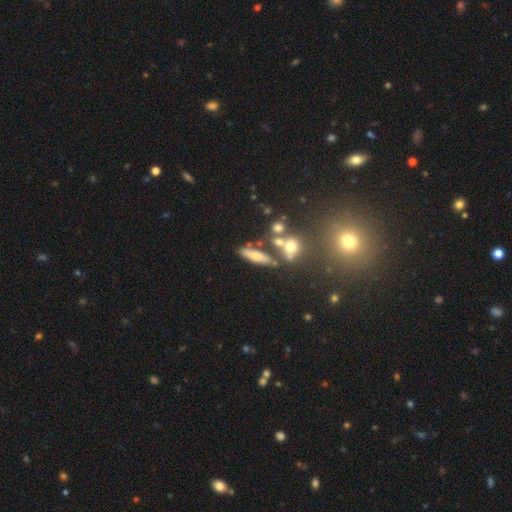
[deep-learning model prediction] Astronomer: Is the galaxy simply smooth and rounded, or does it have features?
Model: smooth — 58%.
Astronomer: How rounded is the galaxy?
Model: cigar-shaped — 55% (runner-up: in between, 37%).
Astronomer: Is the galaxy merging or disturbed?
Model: none — 63%.